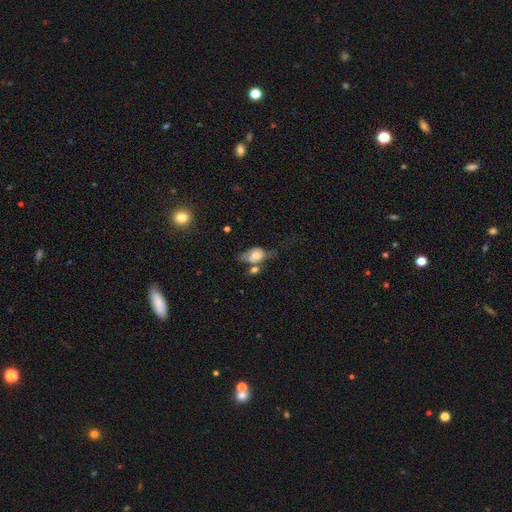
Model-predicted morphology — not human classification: Overall: smooth (54%; featured or disk 37%). How rounded: in between (78%). Merging: none (27%, tied with merger).